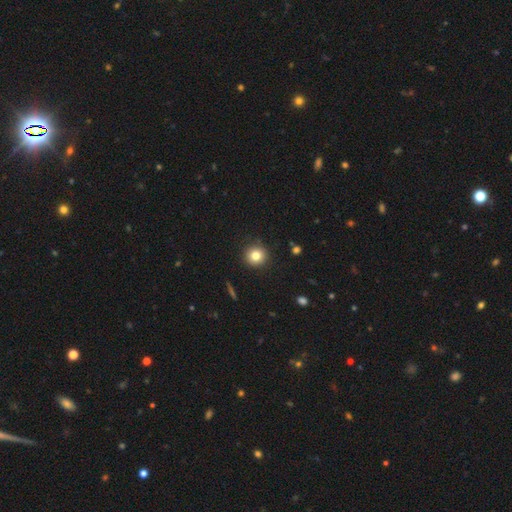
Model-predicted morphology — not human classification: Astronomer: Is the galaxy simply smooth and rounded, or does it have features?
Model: smooth — 80%.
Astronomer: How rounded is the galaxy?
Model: round — 93%.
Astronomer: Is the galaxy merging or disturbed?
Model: none — 91%.